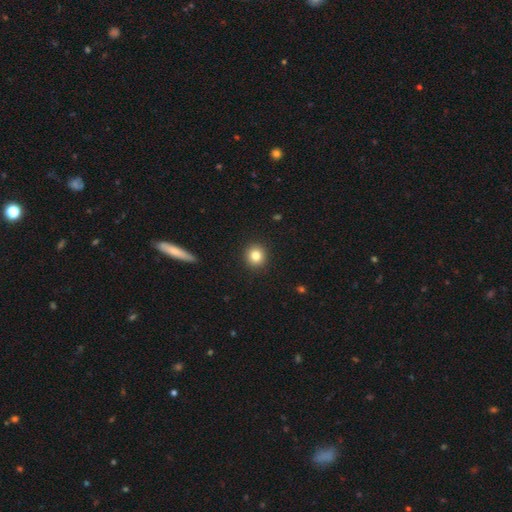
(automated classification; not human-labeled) smooth-or-featured: smooth: 82% | star or artifact: 10% | featured or disk: 7%
  how-rounded: round: 91% | in between: 8% | cigar-shaped: 1%
  merging: none: 92% | minor disturbance: 5% | major disturbance: 2% | merger: 1%